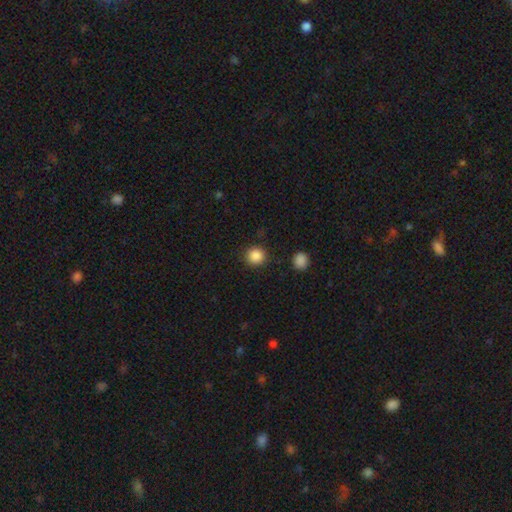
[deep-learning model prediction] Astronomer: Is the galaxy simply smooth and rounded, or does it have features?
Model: smooth — 87%.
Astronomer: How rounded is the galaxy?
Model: round — 91%.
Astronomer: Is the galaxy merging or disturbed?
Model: none — 90%.